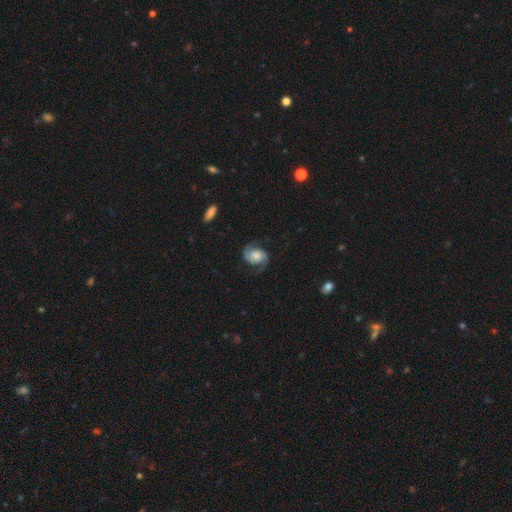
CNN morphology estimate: featured or disk 83%, smooth 11%, star or artifact 6%. Down the decision tree: edge-on disk — no (98%); bar — no (64%); spiral arms — yes (97%); spiral arm count — 2 (93%); spiral winding — medium (50%); bulge size — large (36%); merging — none (76%).